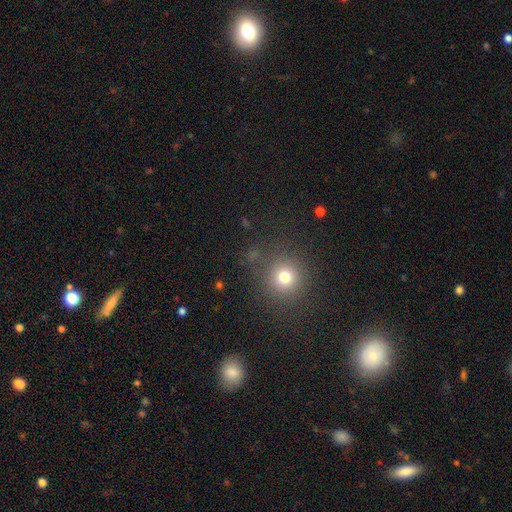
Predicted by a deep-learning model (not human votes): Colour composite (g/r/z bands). It shows a smooth galaxy with no disk features (63%) that is round (92%). Merging: none (85%).